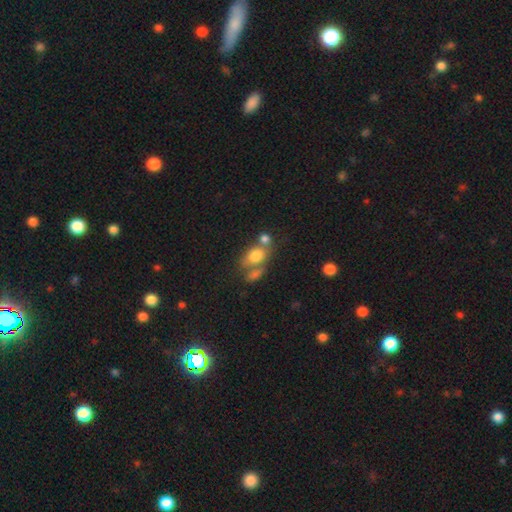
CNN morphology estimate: This appears to be a smooth galaxy with no disk features (75%) that is in between round and cigar-shaped (70%). Merging: merger (45%).